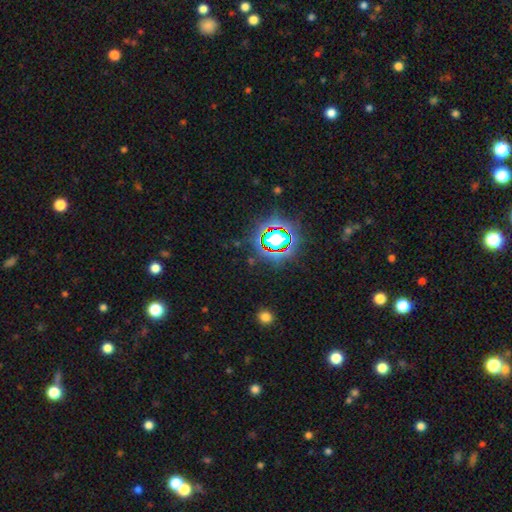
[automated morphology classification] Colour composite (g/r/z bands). It shows a star or artifact, not a galaxy (77%).